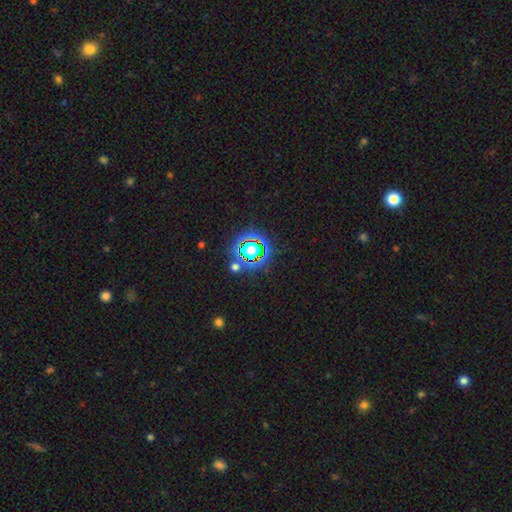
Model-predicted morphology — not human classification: Smooth or featured?
  - star or artifact: 70% *
  - smooth: 20%
  - featured or disk: 10%